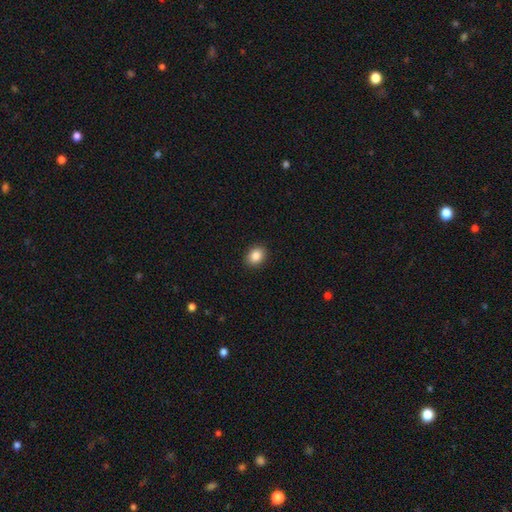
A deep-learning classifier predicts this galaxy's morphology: smooth 86%, star or artifact 9%, featured or disk 5%. Down the decision tree: how rounded — in between (55%); merging — none (91%).